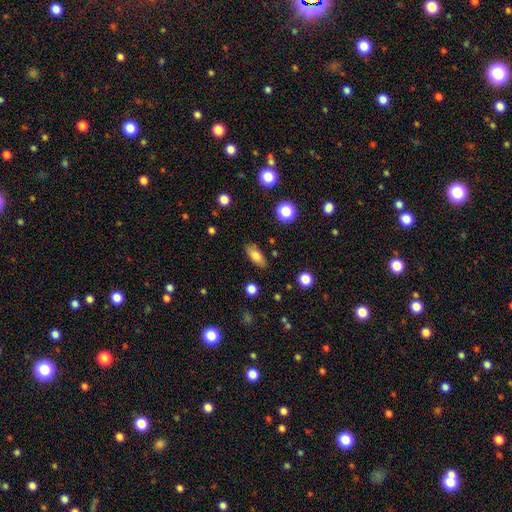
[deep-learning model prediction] Q: Smooth or featured?
A: smooth (78%); runner-up: featured or disk (13%)
Q: How rounded?
A: in between (81%); runner-up: cigar-shaped (15%)
Q: Merging?
A: none (84%); runner-up: minor disturbance (11%)